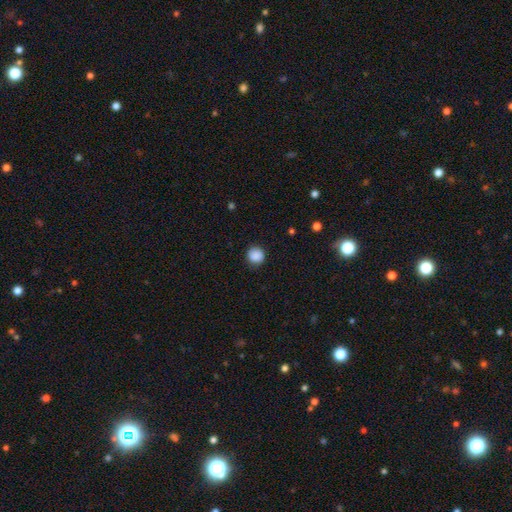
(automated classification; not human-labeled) Q: Smooth or featured?
A: smooth (88%); runner-up: star or artifact (9%)
Q: How rounded?
A: round (92%); runner-up: in between (7%)
Q: Merging?
A: none (88%); runner-up: minor disturbance (8%)